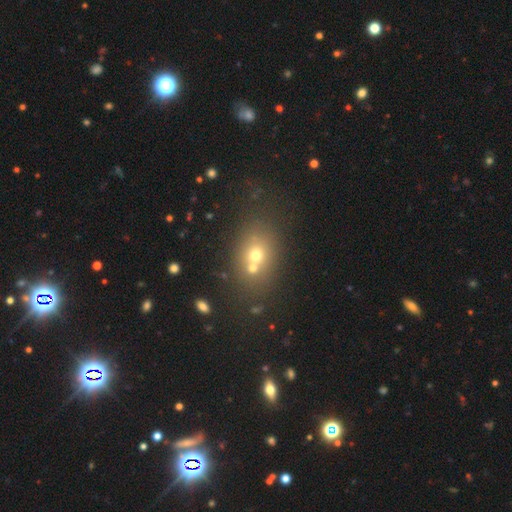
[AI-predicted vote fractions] Overall: smooth (60%; featured or disk 22%). How rounded: in between (51%; round 48%). Merging: none (45%; merger 40%).